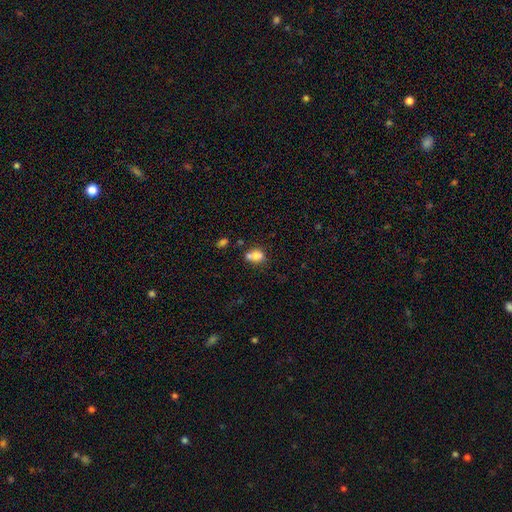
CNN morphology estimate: smooth 73%, featured or disk 15%, star or artifact 12%. Down the decision tree: how rounded — in between (55%); merging — merger (49%).